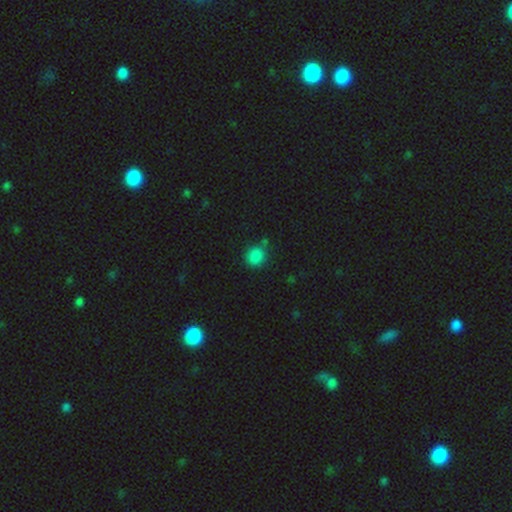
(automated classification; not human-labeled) A smooth galaxy with no disk features (85%) that is round (83%).

Vote fractions:
- Smooth or featured? smooth: 85% / star or artifact: 12% / featured or disk: 3%
- How rounded? round: 83% / in between: 16% / cigar-shaped: 1%
- Merging? none: 77% / minor disturbance: 13% / merger: 7% / major disturbance: 4%